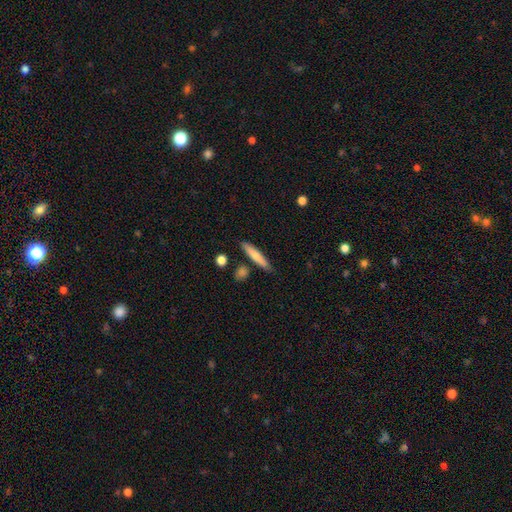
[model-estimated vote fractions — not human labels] Morphology: type=smooth (69%); roundness=cigar-shaped (89%); merging=none (82%).